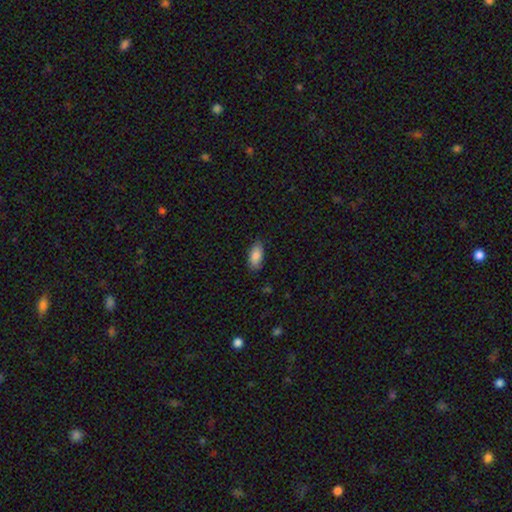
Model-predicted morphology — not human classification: Smooth or featured? smooth (87%)
How rounded? in between (90%)
Merging? none (80%)